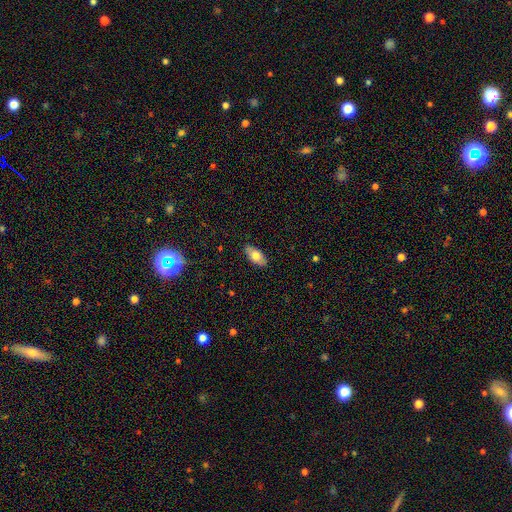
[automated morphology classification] Smooth or featured?
  - smooth: 73% *
  - featured or disk: 20%
  - star or artifact: 7%
How rounded?
  - in between: 90% *
  - cigar-shaped: 7%
  - round: 3%
Merging?
  - none: 87% *
  - minor disturbance: 10%
  - major disturbance: 2%
  - merger: 1%